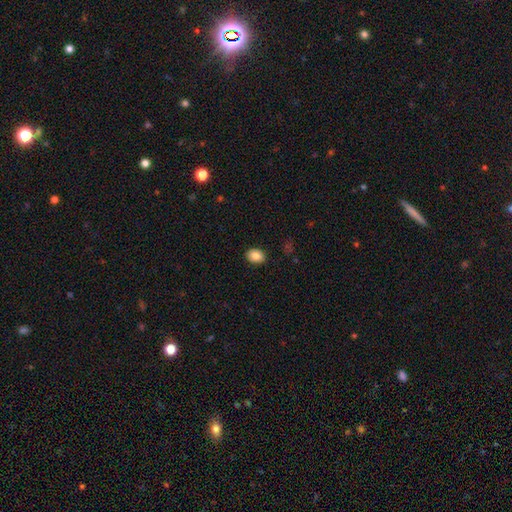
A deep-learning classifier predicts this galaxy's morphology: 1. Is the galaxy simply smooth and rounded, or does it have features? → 85% smooth, 8% star or artifact, 7% featured or disk.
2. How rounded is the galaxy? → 71% in between, 28% round, 1% cigar-shaped.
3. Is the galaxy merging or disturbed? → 90% none, 8% minor disturbance, 2% major disturbance, 1% merger.